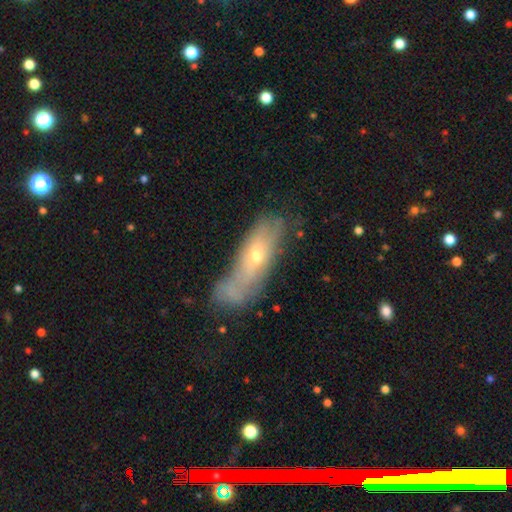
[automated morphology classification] Q: Smooth or featured?
A: featured or disk (49%); runner-up: smooth (40%)
Q: Merging?
A: none (37%); runner-up: merger (25%)